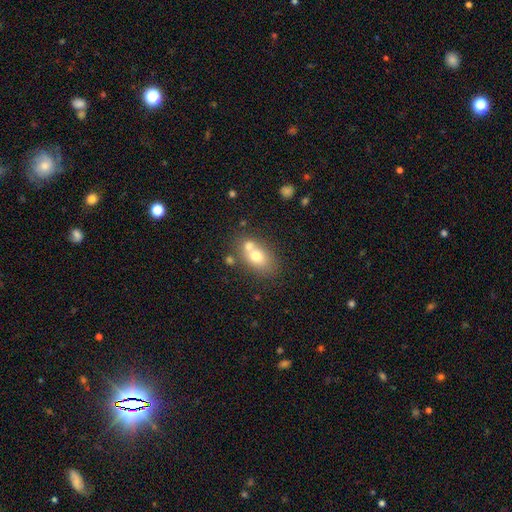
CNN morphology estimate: Q: Smooth or featured?
A: smooth (67%); runner-up: featured or disk (22%)
Q: How rounded?
A: in between (74%); runner-up: round (24%)
Q: Merging?
A: merger (42%); tied with: none (42%)